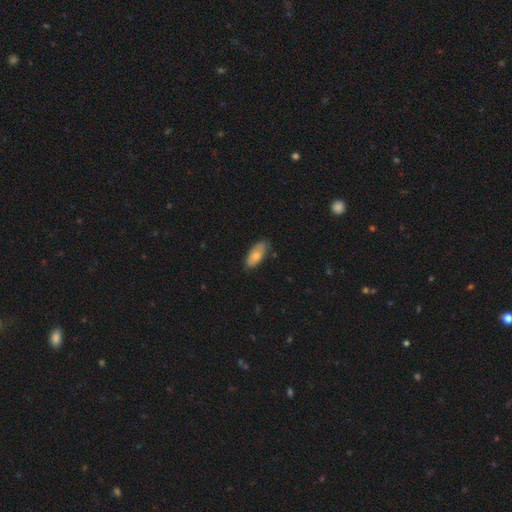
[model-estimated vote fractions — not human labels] This appears to be a smooth galaxy with no disk features (77%) that is in between round and cigar-shaped (84%). Merging: none (77%).